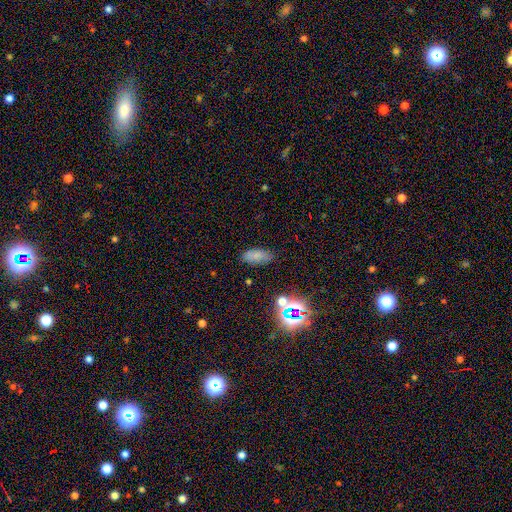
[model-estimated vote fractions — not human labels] The model was most divided on "smooth or featured": smooth: 73%, star or artifact: 16%, featured or disk: 11%. More confident: how rounded — in between (87%); merging — none (77%).